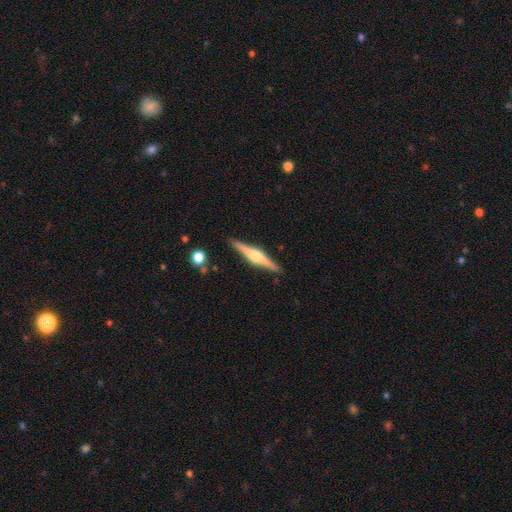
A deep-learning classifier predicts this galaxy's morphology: smooth_or_featured: featured or disk (p=0.73) [alt: smooth p=0.21]
disk_edge_on: yes (p=0.98) [alt: no p=0.02]
edge_on_bulge: rounded (p=0.87) [alt: boxy p=0.09]
merging: none (p=0.90) [alt: minor disturbance p=0.07]